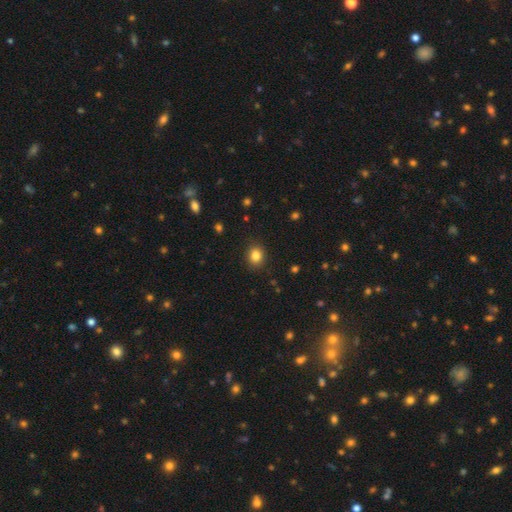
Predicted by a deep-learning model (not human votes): Smooth or featured? Predicted: smooth (p=0.84). How rounded? Predicted: round (p=0.70). Merging? Predicted: none (p=0.89).